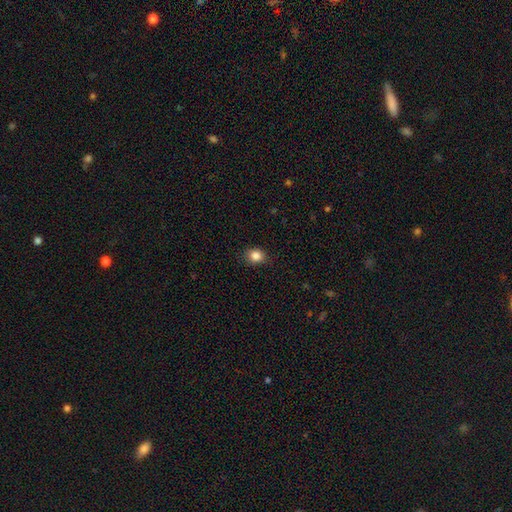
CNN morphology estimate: Smooth or featured? smooth (85%)
How rounded? round (65%)
Merging? none (84%)